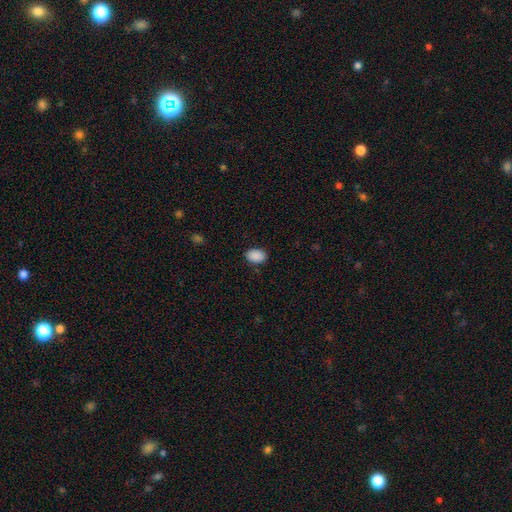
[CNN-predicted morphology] This appears to be a smooth galaxy with no disk features (90%) that is in between round and cigar-shaped (85%). Merging: none (87%).